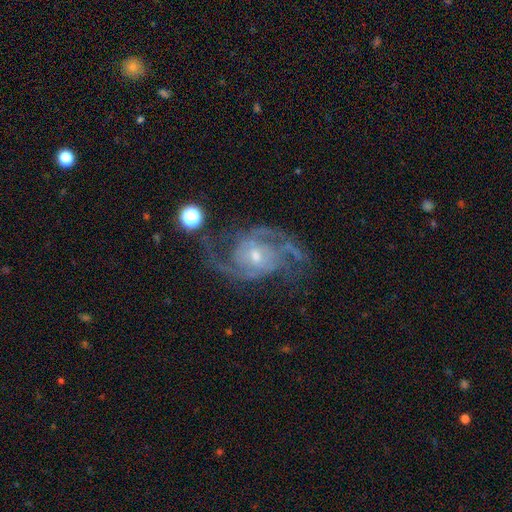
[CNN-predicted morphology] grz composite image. It shows a featured or disk galaxy (90%) with no bar (53%), 2 (65%) medium (54%) spiral arms (98%) and a small central bulge (54%). Merging: none (66%).